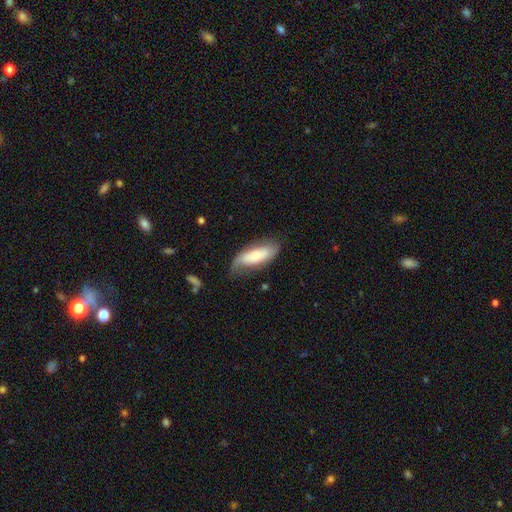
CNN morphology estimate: A smooth galaxy with no disk features (50%). Merging: none (57%).